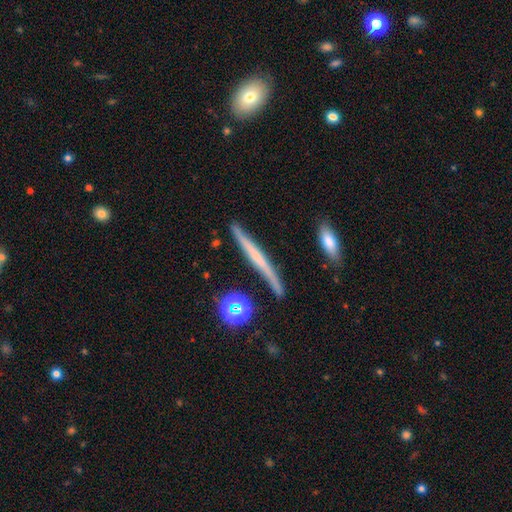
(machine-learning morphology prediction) A featured or disk galaxy (54%) viewed edge-on (94%) with no central bulge (72%).

Vote fractions:
- Smooth or featured? featured or disk: 54% / smooth: 37% / star or artifact: 9%
- Edge-on disk? yes: 94% / no: 6%
- Edge-on bulge? none: 72% / rounded: 18% / boxy: 10%
- Merging? none: 83% / minor disturbance: 12% / major disturbance: 3% / merger: 3%